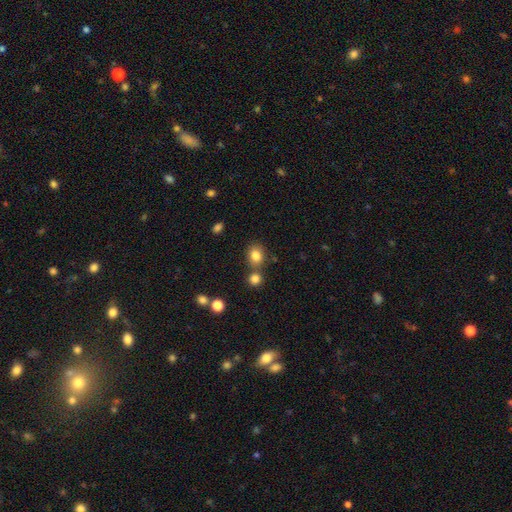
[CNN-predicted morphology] Smooth or featured? smooth (82%)
How rounded? round (62%)
Merging? none (68%)